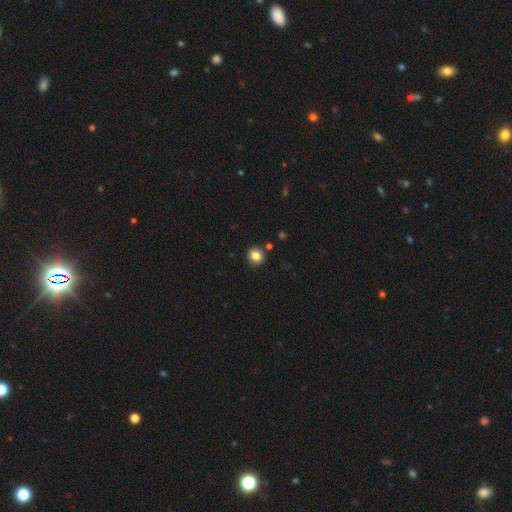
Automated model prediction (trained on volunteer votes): Smooth or featured?
  - smooth: 83% *
  - star or artifact: 11%
  - featured or disk: 6%
How rounded?
  - round: 86% *
  - in between: 13%
  - cigar-shaped: 1%
Merging?
  - none: 89% *
  - minor disturbance: 6%
  - merger: 3%
  - major disturbance: 2%